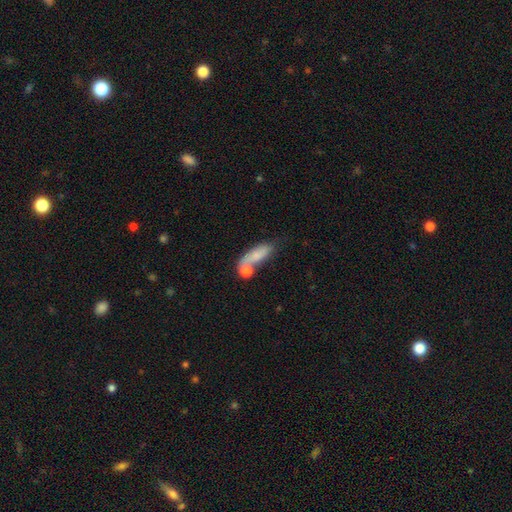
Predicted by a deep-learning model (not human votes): This is likely a smooth galaxy (71%). How rounded: possibly in between (58%). Merging: marginally none (37%).